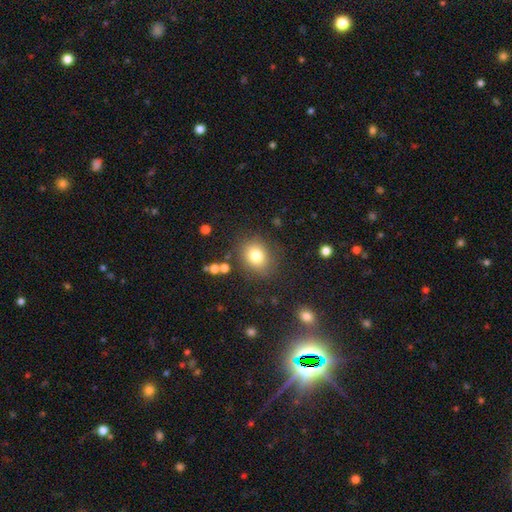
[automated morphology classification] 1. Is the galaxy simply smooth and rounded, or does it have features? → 79% smooth, 12% star or artifact, 9% featured or disk.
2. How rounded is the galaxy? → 65% round, 34% in between, 1% cigar-shaped.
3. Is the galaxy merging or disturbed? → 80% none, 12% minor disturbance, 5% major disturbance, 3% merger.